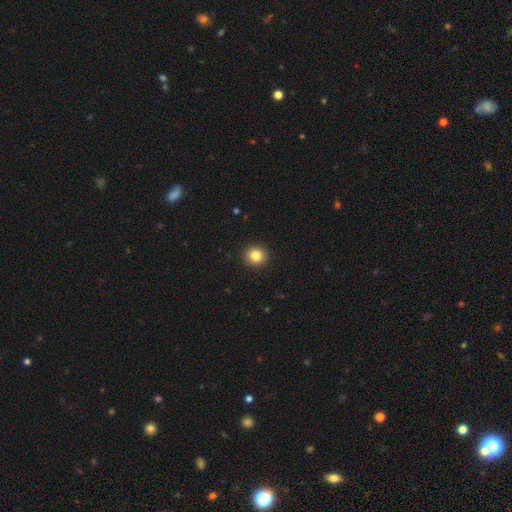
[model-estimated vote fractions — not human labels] Q: Smooth or featured?
A: smooth (83%); runner-up: star or artifact (10%)
Q: How rounded?
A: round (92%); runner-up: in between (7%)
Q: Merging?
A: none (93%); runner-up: minor disturbance (4%)